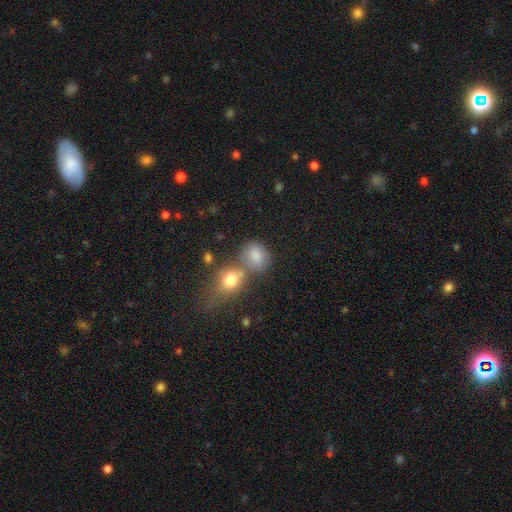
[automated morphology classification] This appears to be a smooth galaxy with no disk features (80%) that is round (58%). Merging: none (47%).